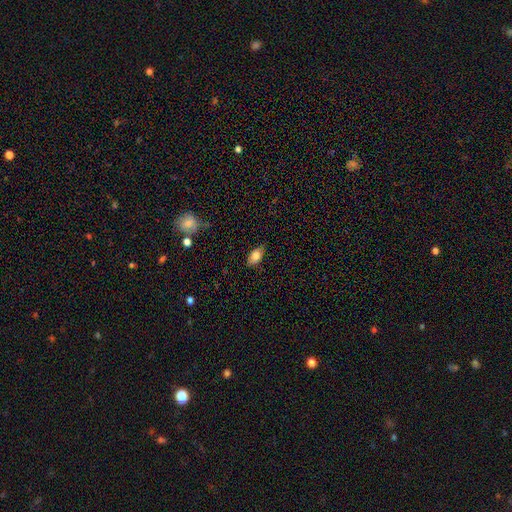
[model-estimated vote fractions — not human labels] smooth-or-featured: smooth: 78% | featured or disk: 14% | star or artifact: 8%
  how-rounded: in between: 89% | round: 6% | cigar-shaped: 5%
  merging: none: 81% | minor disturbance: 15% | major disturbance: 3% | merger: 1%